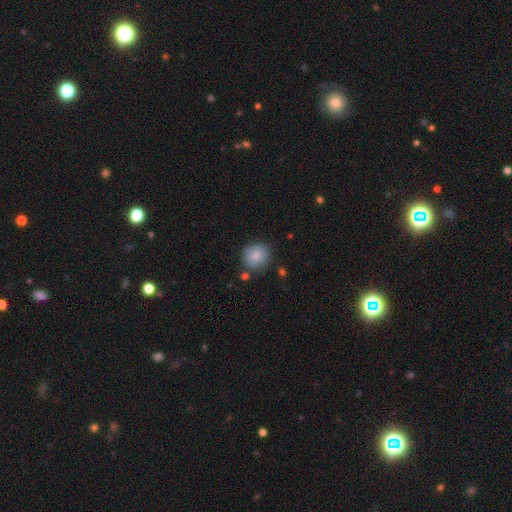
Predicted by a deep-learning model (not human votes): Smooth or featured?
  - smooth: 82% *
  - featured or disk: 9%
  - star or artifact: 8%
How rounded?
  - round: 90% *
  - in between: 9%
  - cigar-shaped: 1%
Merging?
  - none: 79% *
  - minor disturbance: 14%
  - merger: 4%
  - major disturbance: 3%